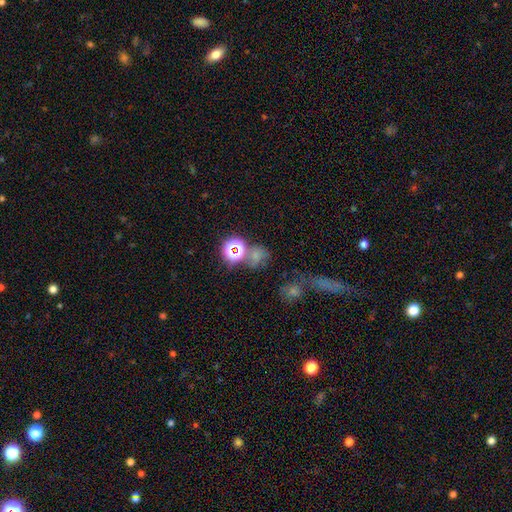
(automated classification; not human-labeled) Q: Smooth or featured?
A: smooth (45%); runner-up: star or artifact (44%)
Q: Merging?
A: none (53%); runner-up: merger (22%)